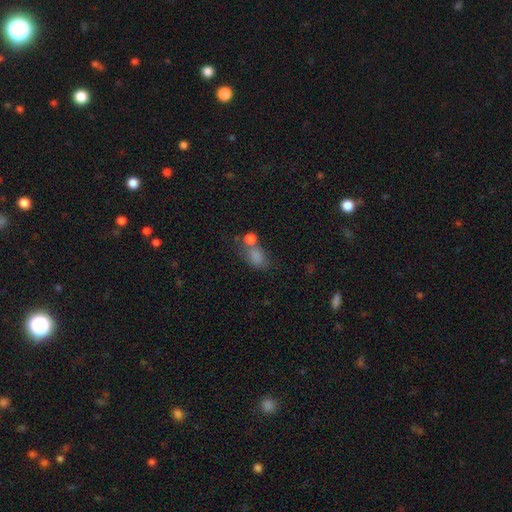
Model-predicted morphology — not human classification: type=smooth (79%); roundness=in between (73%); merging=none (39%).